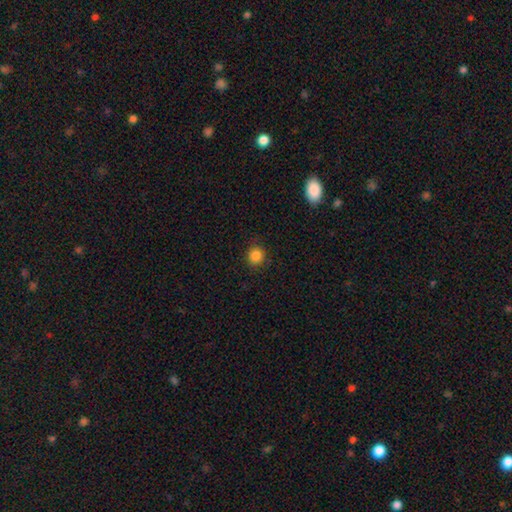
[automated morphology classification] type=smooth (85%); roundness=round (85%); merging=none (88%).